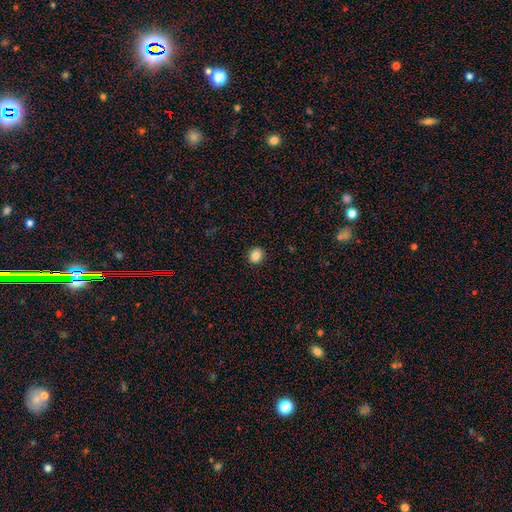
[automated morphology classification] type=smooth (85%); roundness=round (74%); merging=none (91%).